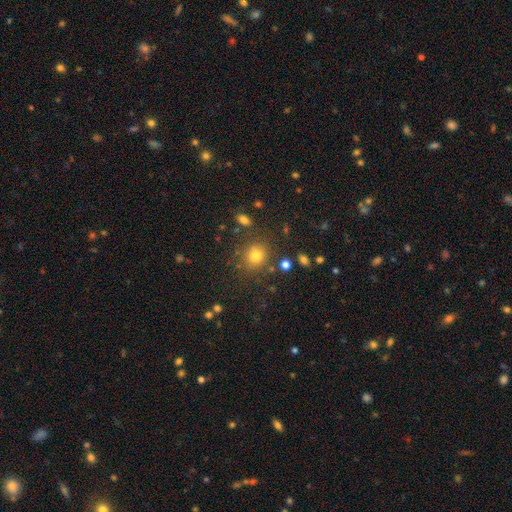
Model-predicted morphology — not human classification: smooth 77%, star or artifact 16%, featured or disk 7%. Down the decision tree: how rounded — round (79%); merging — none (80%).